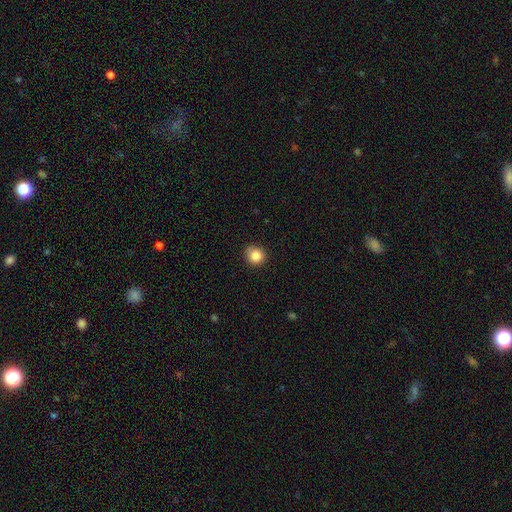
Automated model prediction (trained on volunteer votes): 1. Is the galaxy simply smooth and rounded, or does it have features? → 86% smooth, 10% star or artifact, 4% featured or disk.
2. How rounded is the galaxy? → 87% round, 12% in between, 1% cigar-shaped.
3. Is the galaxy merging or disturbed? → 84% none, 13% minor disturbance, 2% major disturbance, 1% merger.